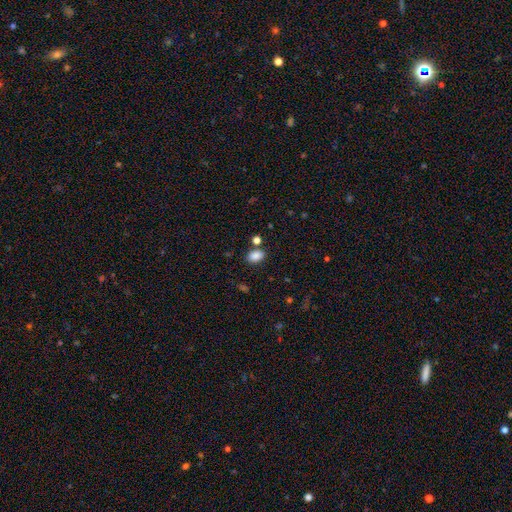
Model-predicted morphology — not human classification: Smooth or featured?
  - smooth: 86% *
  - star or artifact: 10%
  - featured or disk: 4%
How rounded?
  - in between: 82% *
  - round: 17%
  - cigar-shaped: 1%
Merging?
  - none: 77% *
  - minor disturbance: 11%
  - merger: 9%
  - major disturbance: 3%